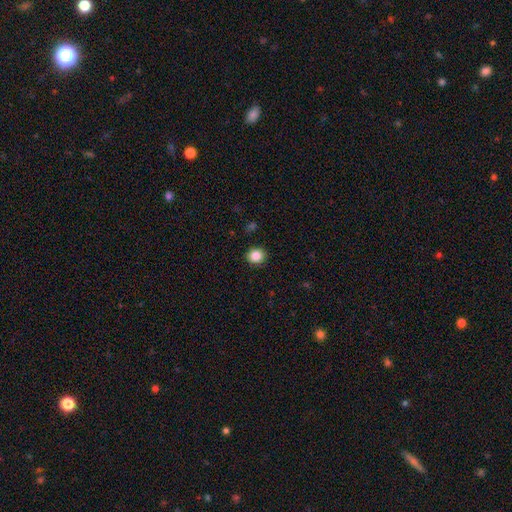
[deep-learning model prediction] smooth_or_featured: smooth (p=0.86) [alt: star or artifact p=0.10]
how_rounded: round (p=0.86) [alt: in between p=0.13]
merging: none (p=0.91) [alt: minor disturbance p=0.06]